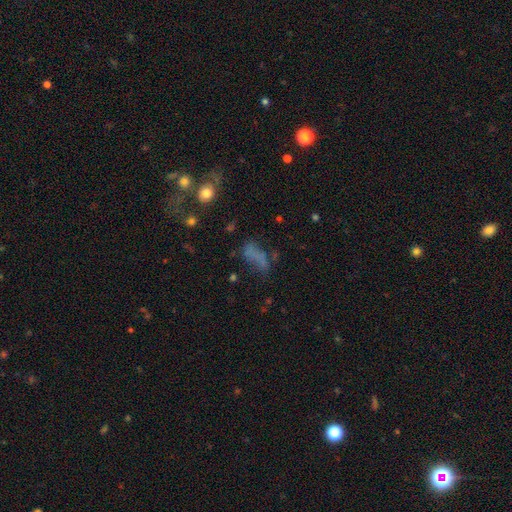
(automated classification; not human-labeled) This appears to be a smooth galaxy with no disk features (56%) that is in between round and cigar-shaped (71%). Merging: none (41%).